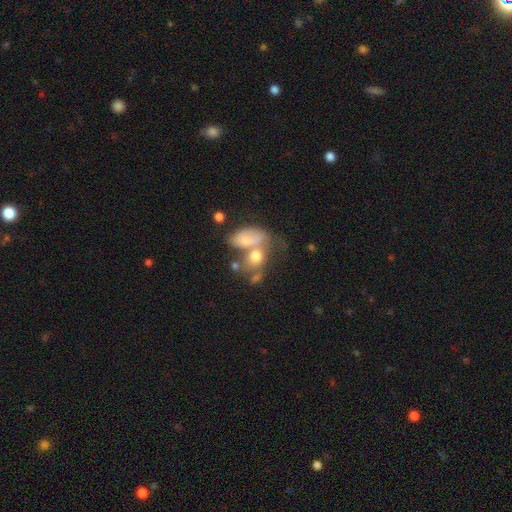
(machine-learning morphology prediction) The model was most divided on "merging": merger: 56%, none: 23%, minor disturbance: 11%, major disturbance: 10%. More confident: how rounded — in between (66%); smooth or featured — smooth (66%).